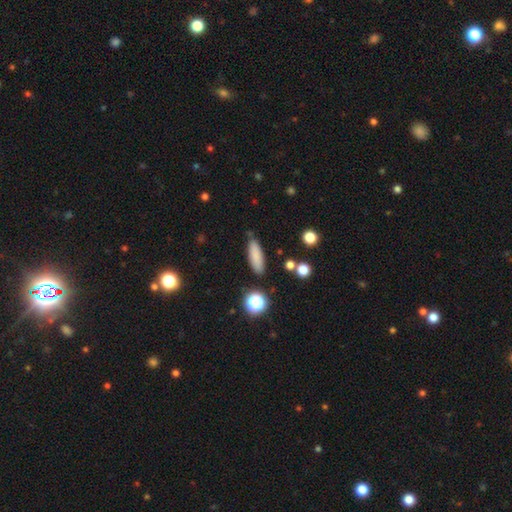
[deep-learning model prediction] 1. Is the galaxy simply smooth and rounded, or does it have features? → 83% smooth, 9% star or artifact, 8% featured or disk.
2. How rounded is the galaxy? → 51% in between, 47% cigar-shaped, 3% round.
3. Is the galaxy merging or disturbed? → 82% none, 12% minor disturbance, 3% merger, 3% major disturbance.